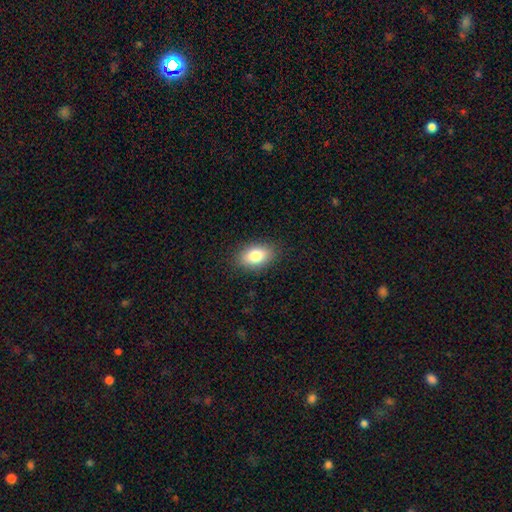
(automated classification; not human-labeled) This is clearly a smooth galaxy (82%). How rounded: clearly in between (88%). Merging: clearly none (87%).